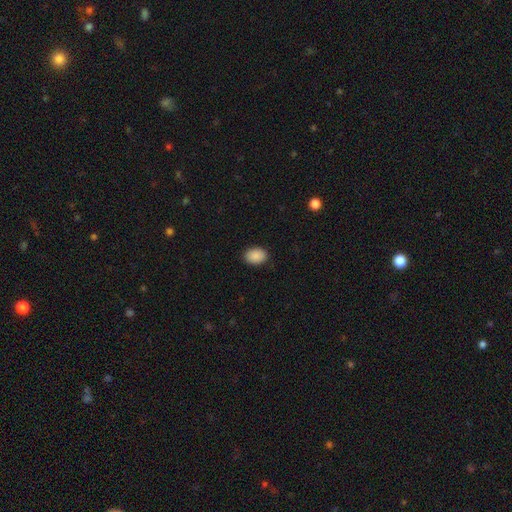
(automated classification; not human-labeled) Smooth or featured? smooth (90%)
How rounded? in between (76%)
Merging? none (89%)